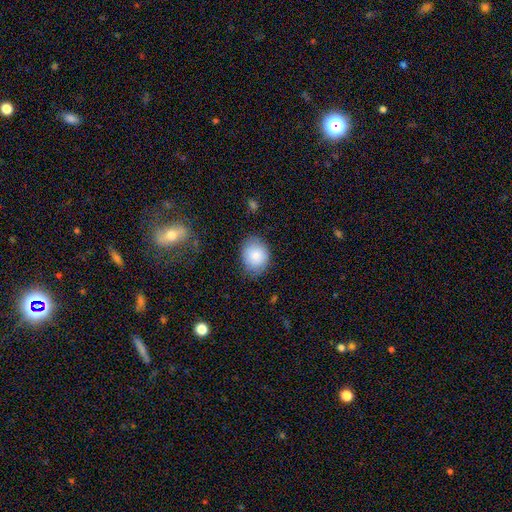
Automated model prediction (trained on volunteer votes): Q: Smooth or featured?
A: smooth (83%); runner-up: featured or disk (9%)
Q: How rounded?
A: round (52%); runner-up: in between (47%)
Q: Merging?
A: none (76%); runner-up: minor disturbance (18%)